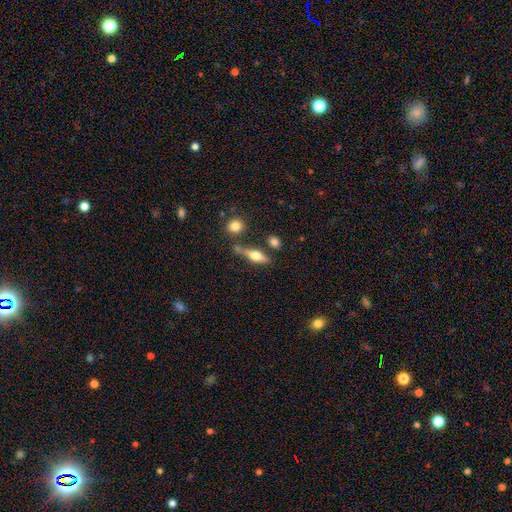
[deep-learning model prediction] Smooth or featured: smooth — 48% (featured or disk — 44%)
Merging: none — 65% (minor disturbance — 16%)